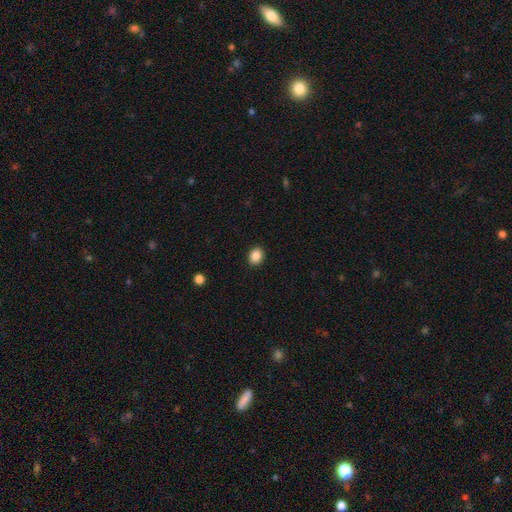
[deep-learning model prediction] smooth_or_featured: smooth (p=0.87) [alt: star or artifact p=0.09]
how_rounded: round (p=0.63) [alt: in between p=0.36]
merging: none (p=0.91) [alt: minor disturbance p=0.06]